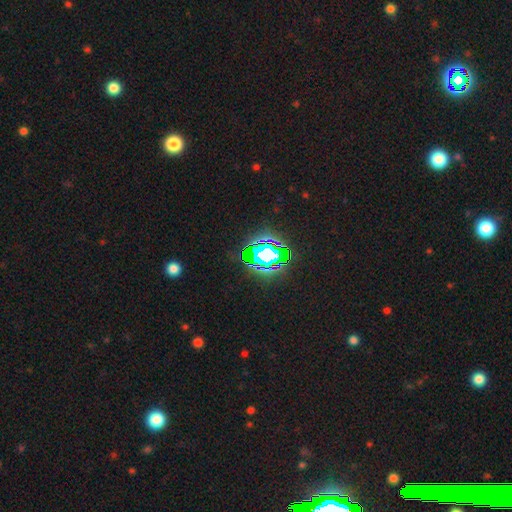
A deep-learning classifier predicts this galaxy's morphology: Smooth or featured: star or artifact — 66% (smooth — 18%)